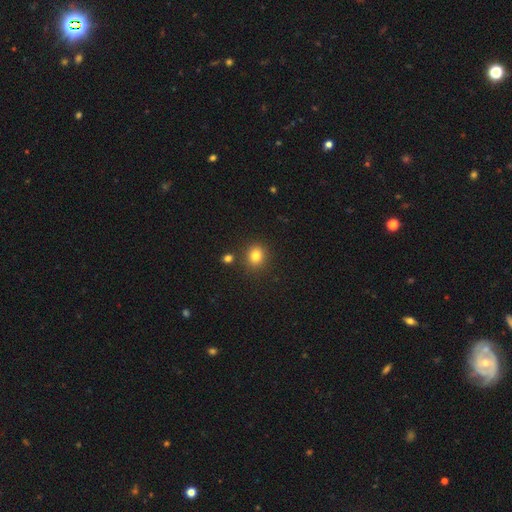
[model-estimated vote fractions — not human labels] Smooth or featured: smooth — 81% (star or artifact — 13%)
How rounded: round — 75% (in between — 24%)
Merging: none — 84% (minor disturbance — 8%)